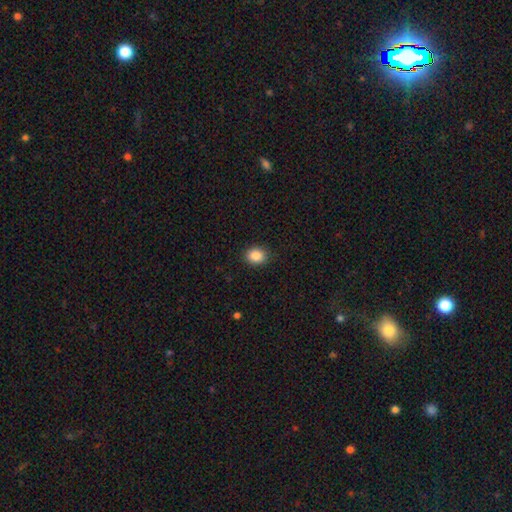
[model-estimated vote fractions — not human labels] The model was most divided on "how rounded": round: 55%, in between: 44%, cigar-shaped: 1%. More confident: merging — none (88%); smooth or featured — smooth (88%).